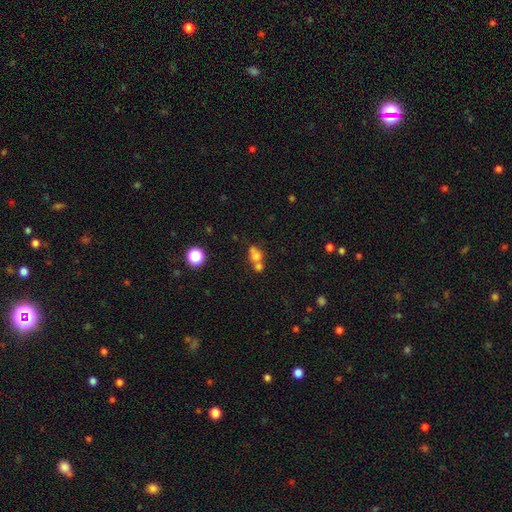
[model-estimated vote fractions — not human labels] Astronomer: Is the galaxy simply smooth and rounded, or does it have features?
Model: smooth — 67%.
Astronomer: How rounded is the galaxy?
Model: round — 61% (runner-up: in between, 37%).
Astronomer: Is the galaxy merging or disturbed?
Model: merger — 55% (runner-up: none, 31%).